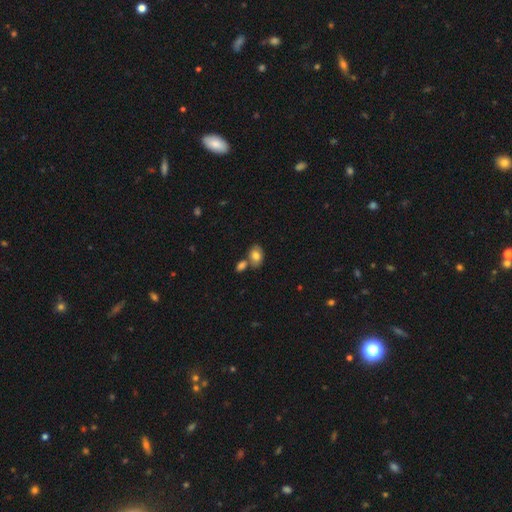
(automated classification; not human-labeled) This appears to be a smooth galaxy with no disk features (78%) that is in between round and cigar-shaped (81%). Merging: none (54%).